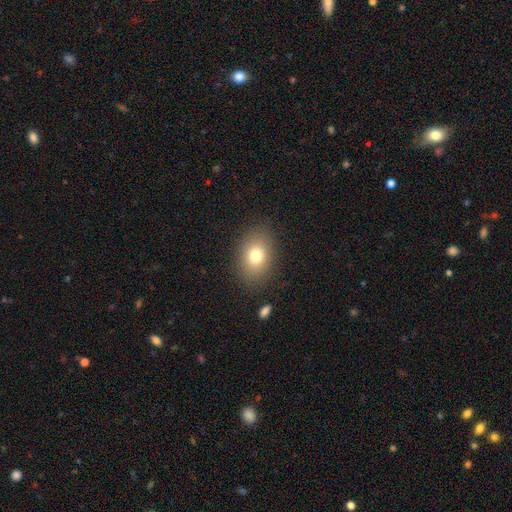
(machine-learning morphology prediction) type=smooth (77%); roundness=in between (71%); merging=none (85%).